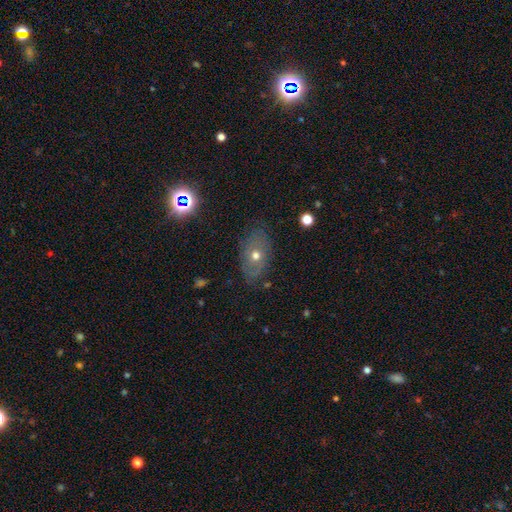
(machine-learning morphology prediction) smooth 50%, featured or disk 37%, star or artifact 12%. Down the decision tree: how rounded — in between (81%); merging — none (74%).